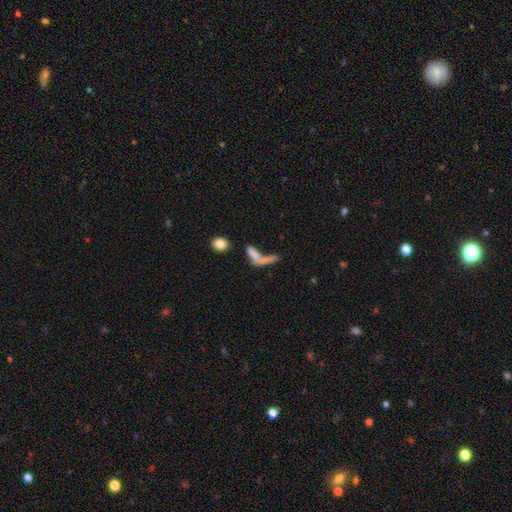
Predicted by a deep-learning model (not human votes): smooth-or-featured: smooth: 64% | featured or disk: 24% | star or artifact: 12%
  how-rounded: cigar-shaped: 55% | in between: 37% | round: 7%
  merging: merger: 36% | none: 27% | major disturbance: 25% | minor disturbance: 12%